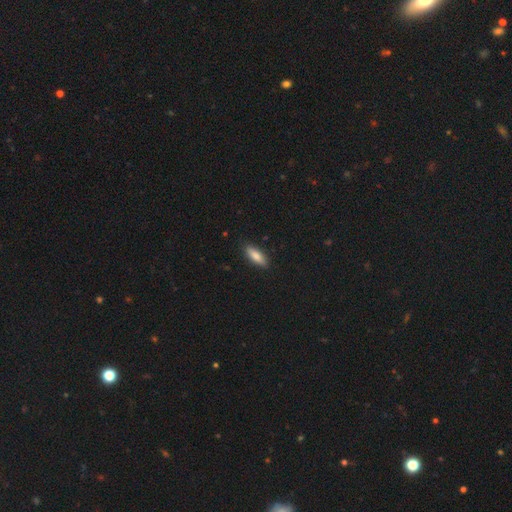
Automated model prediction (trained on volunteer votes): smooth 79%, featured or disk 15%, star or artifact 6%. Down the decision tree: how rounded — in between (56%); merging — none (88%).